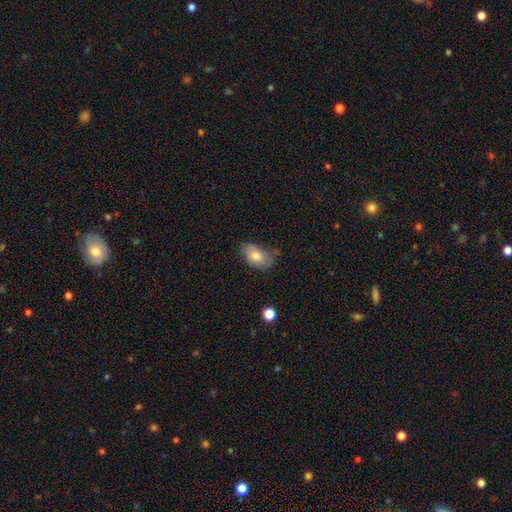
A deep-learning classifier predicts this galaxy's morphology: Smooth or featured: smooth — 79% (featured or disk — 13%)
How rounded: in between — 90% (round — 9%)
Merging: none — 57% (minor disturbance — 32%)